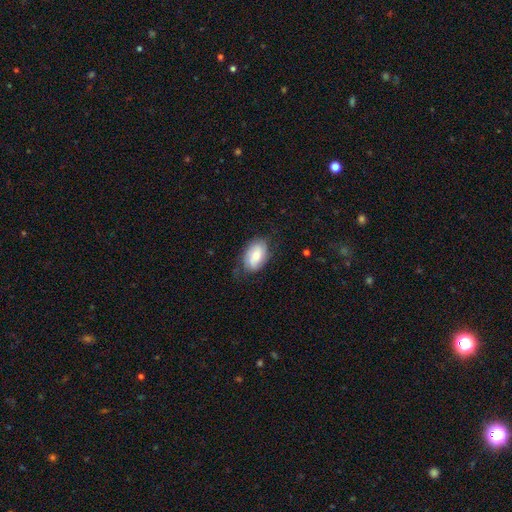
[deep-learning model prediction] Smooth or featured? smooth (59%)
How rounded? in between (90%)
Merging? none (63%)